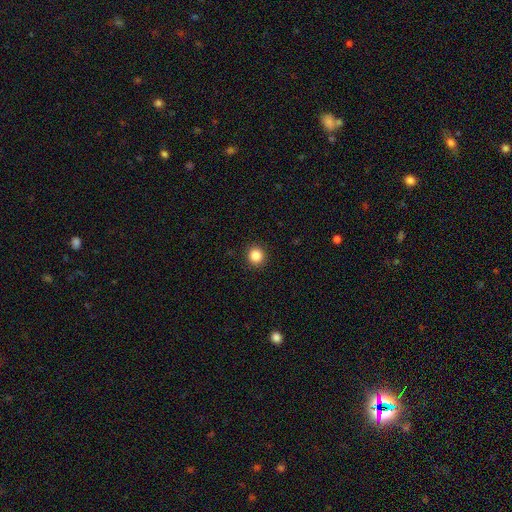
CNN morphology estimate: A smooth galaxy with no disk features (86%) that is round (93%). Merging: none (93%).